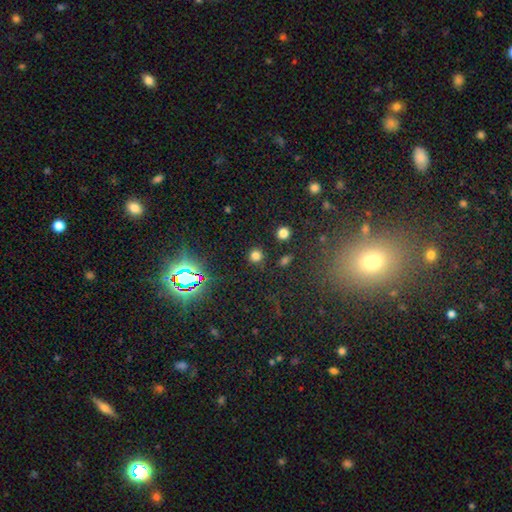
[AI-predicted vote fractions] Smooth or featured? smooth (74%)
How rounded? round (91%)
Merging? none (87%)